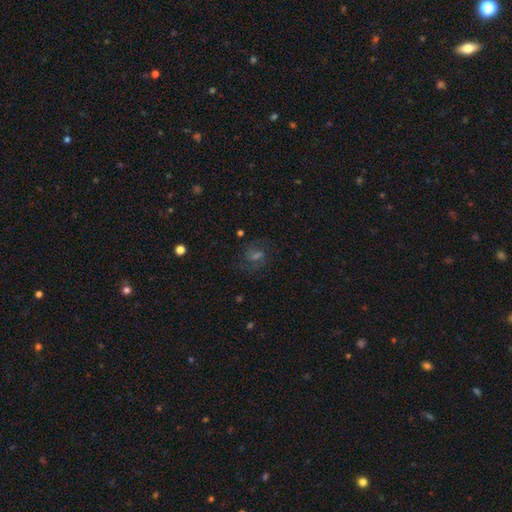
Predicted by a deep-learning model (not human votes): Smooth or featured? Predicted: featured or disk (p=0.49). Merging? Predicted: none (p=0.75).